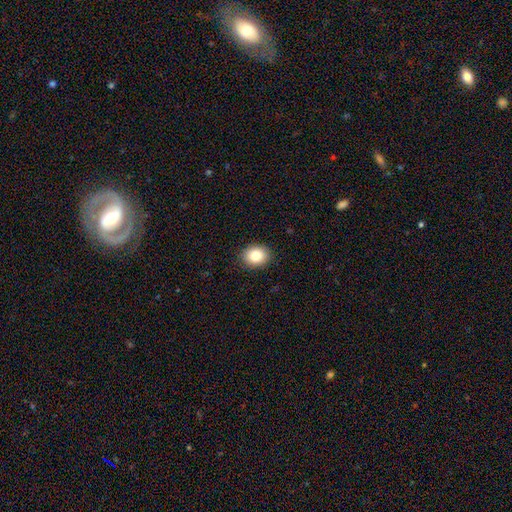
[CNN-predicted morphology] smooth-or-featured: smooth: 83% | star or artifact: 9% | featured or disk: 8%
  how-rounded: in between: 51% | round: 48% | cigar-shaped: 1%
  merging: none: 89% | minor disturbance: 8% | major disturbance: 2% | merger: 1%